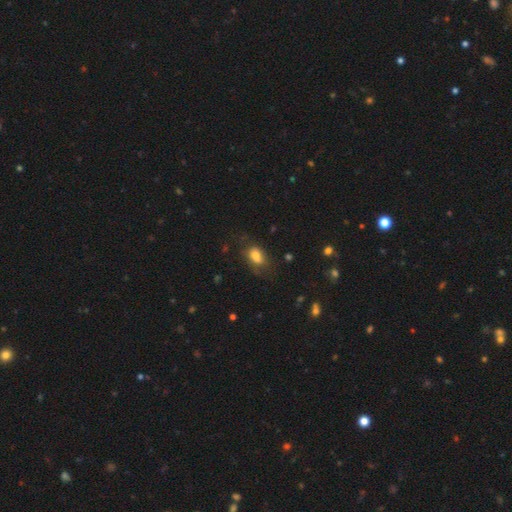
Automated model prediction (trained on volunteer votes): Q: Smooth or featured?
A: smooth (74%); runner-up: featured or disk (15%)
Q: How rounded?
A: in between (83%); runner-up: round (14%)
Q: Merging?
A: none (51%); runner-up: minor disturbance (25%)